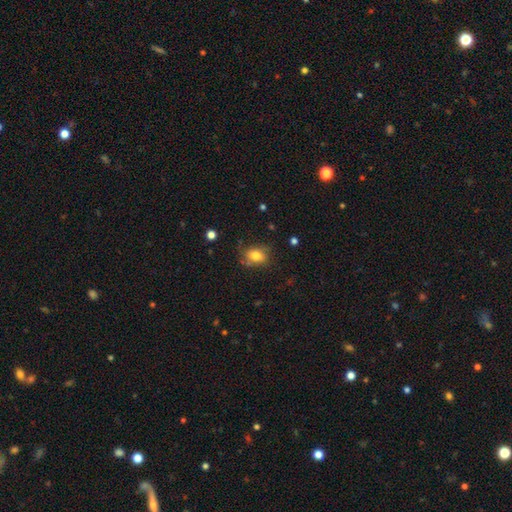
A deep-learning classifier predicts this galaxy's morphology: Smooth or featured: smooth — 78% (featured or disk — 12%)
How rounded: in between — 71% (round — 27%)
Merging: none — 69% (minor disturbance — 21%)